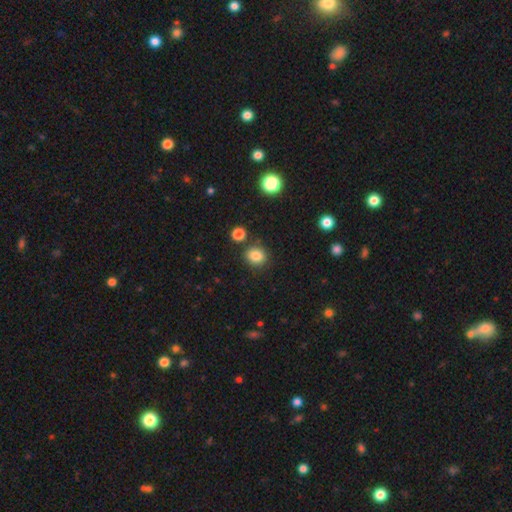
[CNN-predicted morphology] smooth_or_featured: smooth (p=0.83) [alt: star or artifact p=0.12]
how_rounded: round (p=0.72) [alt: in between p=0.27]
merging: none (p=0.82) [alt: minor disturbance p=0.09]